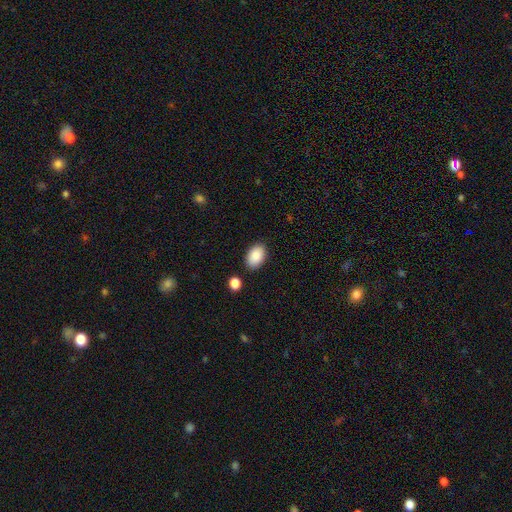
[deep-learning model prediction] smooth-or-featured: smooth: 88% | star or artifact: 7% | featured or disk: 6%
  how-rounded: in between: 90% | round: 9% | cigar-shaped: 1%
  merging: none: 85% | minor disturbance: 10% | merger: 3% | major disturbance: 2%